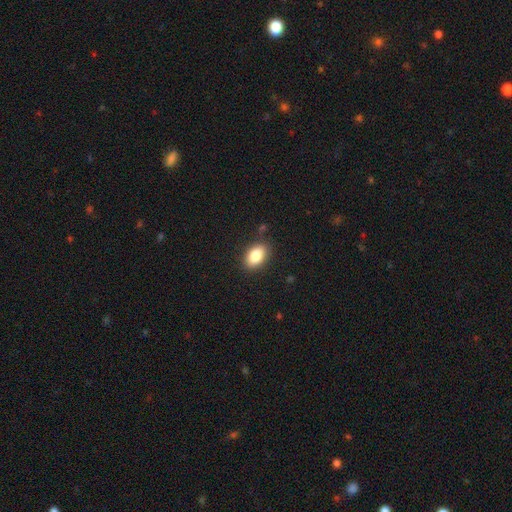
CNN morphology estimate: smooth_or_featured: smooth (p=0.85) [alt: star or artifact p=0.08]
how_rounded: in between (p=0.89) [alt: round p=0.09]
merging: none (p=0.85) [alt: minor disturbance p=0.10]